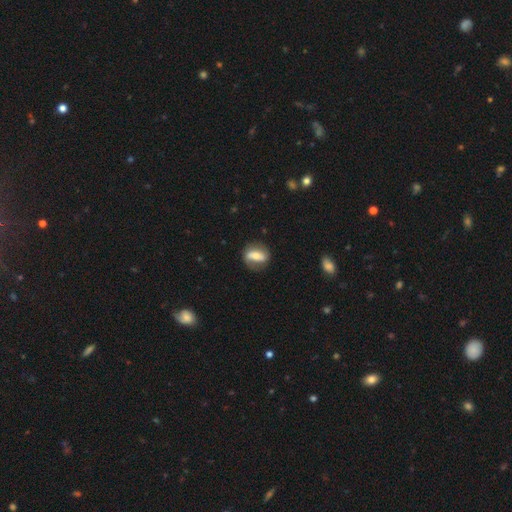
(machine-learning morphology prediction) Q: Smooth or featured?
A: smooth (47%); runner-up: featured or disk (46%)
Q: Merging?
A: none (73%); runner-up: minor disturbance (18%)